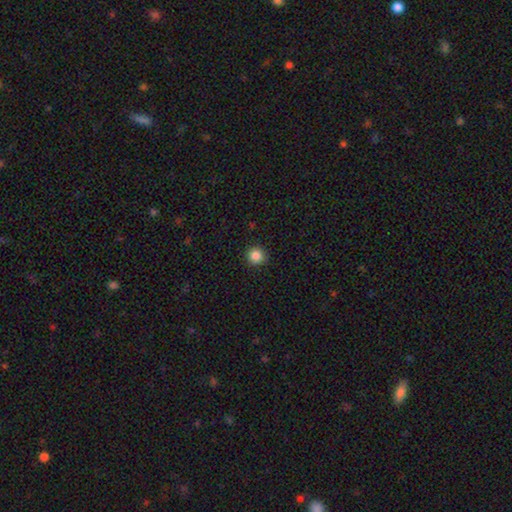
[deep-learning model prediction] smooth-or-featured: smooth: 86% | star or artifact: 11% | featured or disk: 3%
  how-rounded: round: 95% | in between: 5% | cigar-shaped: 1%
  merging: none: 92% | minor disturbance: 5% | major disturbance: 2% | merger: 1%